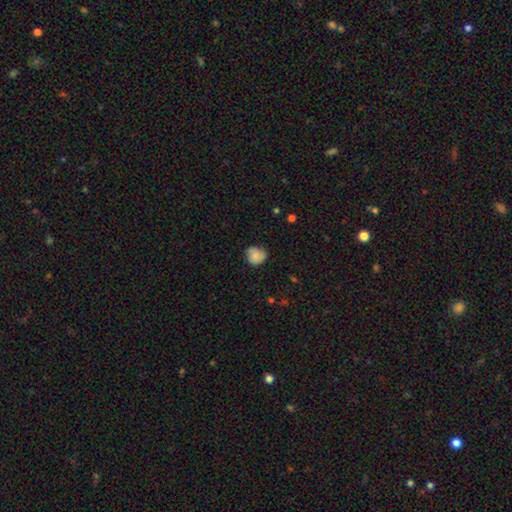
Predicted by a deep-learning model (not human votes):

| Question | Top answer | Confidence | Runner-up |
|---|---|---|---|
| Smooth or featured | smooth | 76% | featured or disk (16%) |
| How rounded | round | 81% | in between (18%) |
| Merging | none | 66% | minor disturbance (27%) |